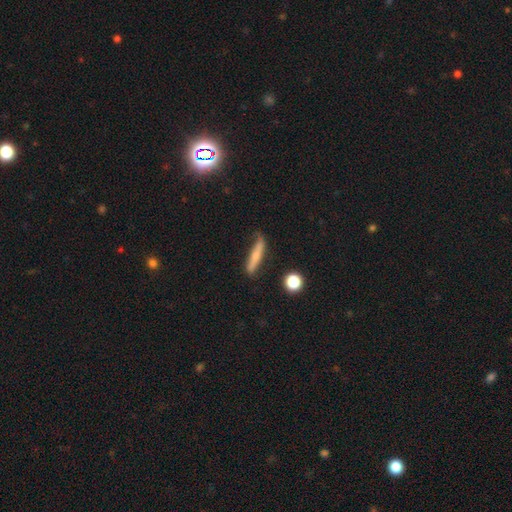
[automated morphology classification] This appears to be a smooth galaxy with no disk features (64%) that is cigar-shaped (88%). Merging: none (67%).